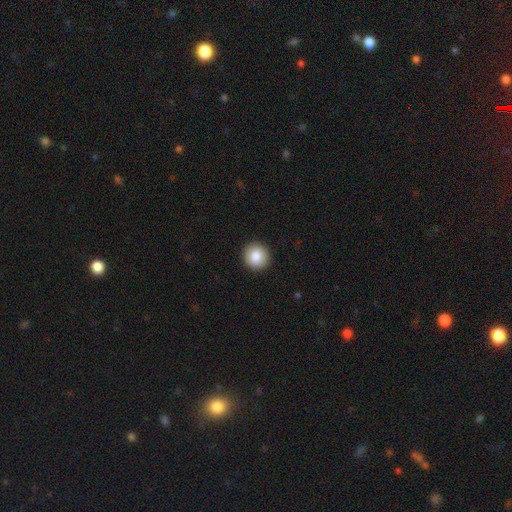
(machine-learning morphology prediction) A smooth galaxy with no disk features (84%) that is round (93%).

Vote fractions:
- Smooth or featured? smooth: 84% / featured or disk: 8% / star or artifact: 8%
- How rounded? round: 93% / in between: 6% / cigar-shaped: 1%
- Merging? none: 93% / minor disturbance: 5% / major disturbance: 1% / merger: 1%